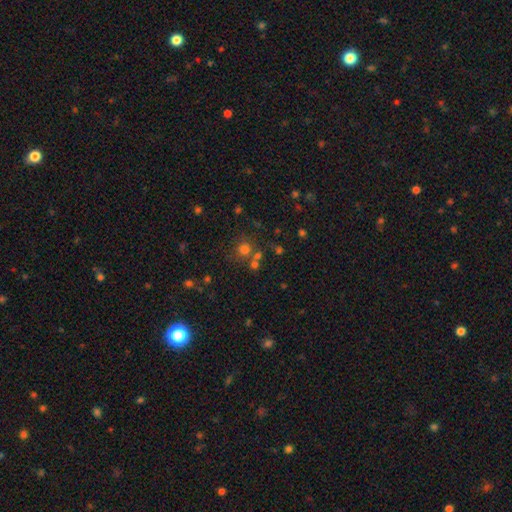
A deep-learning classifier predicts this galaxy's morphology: Smooth or featured? smooth (49%)
Merging? none (68%)